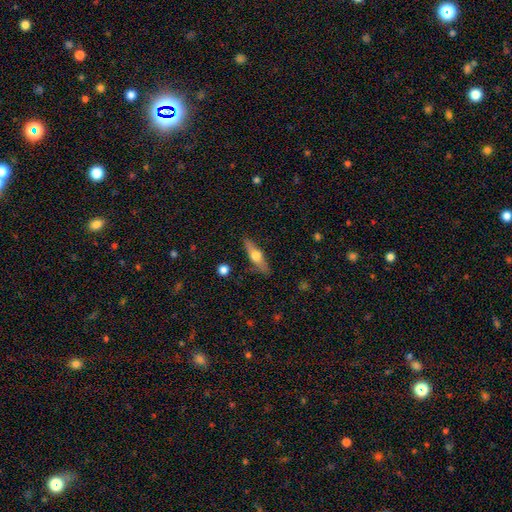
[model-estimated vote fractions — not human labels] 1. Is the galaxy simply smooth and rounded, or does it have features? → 48% featured or disk, 46% smooth, 6% star or artifact.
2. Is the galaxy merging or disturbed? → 85% none, 11% minor disturbance, 3% major disturbance, 2% merger.